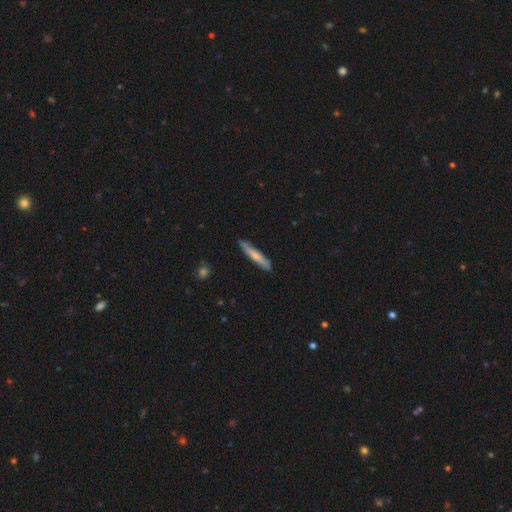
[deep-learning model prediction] Smooth or featured?
  - smooth: 62% *
  - featured or disk: 33%
  - star or artifact: 5%
How rounded?
  - cigar-shaped: 92% *
  - in between: 7%
  - round: 1%
Merging?
  - none: 85% *
  - minor disturbance: 12%
  - major disturbance: 2%
  - merger: 1%